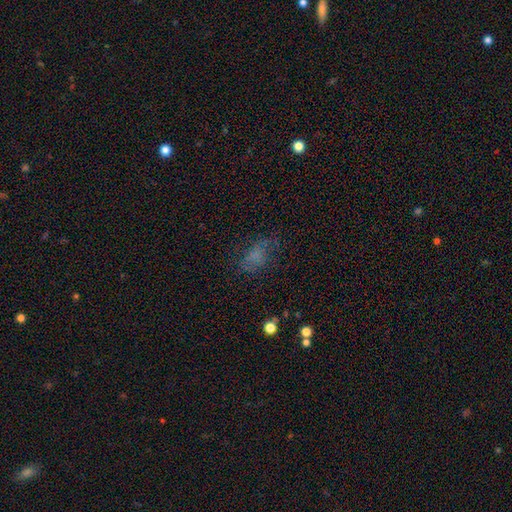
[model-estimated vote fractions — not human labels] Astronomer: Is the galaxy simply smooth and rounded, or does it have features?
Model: smooth — 58%.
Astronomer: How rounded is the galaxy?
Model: in between — 82%.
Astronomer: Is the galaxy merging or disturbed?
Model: none — 53%.